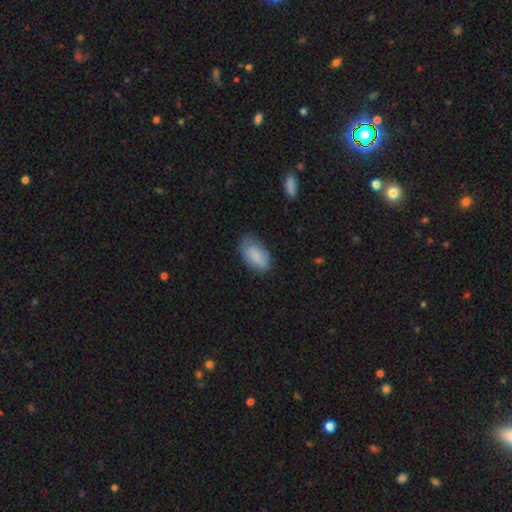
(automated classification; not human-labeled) Q: Smooth or featured?
A: smooth (84%); runner-up: featured or disk (9%)
Q: How rounded?
A: in between (94%); runner-up: cigar-shaped (3%)
Q: Merging?
A: none (67%); runner-up: minor disturbance (26%)